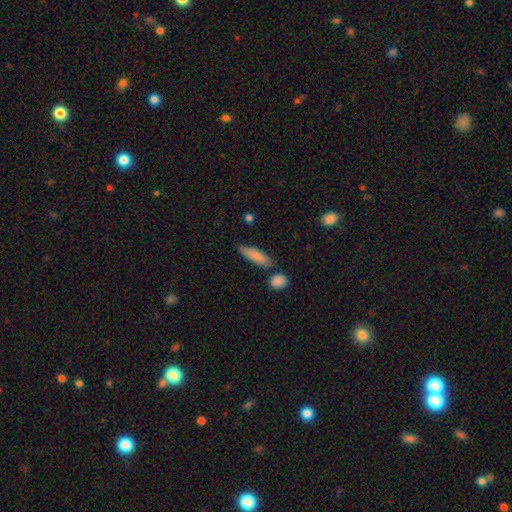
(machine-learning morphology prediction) Q: Smooth or featured?
A: smooth (84%); runner-up: featured or disk (10%)
Q: How rounded?
A: cigar-shaped (53%); runner-up: in between (45%)
Q: Merging?
A: none (69%); runner-up: minor disturbance (19%)